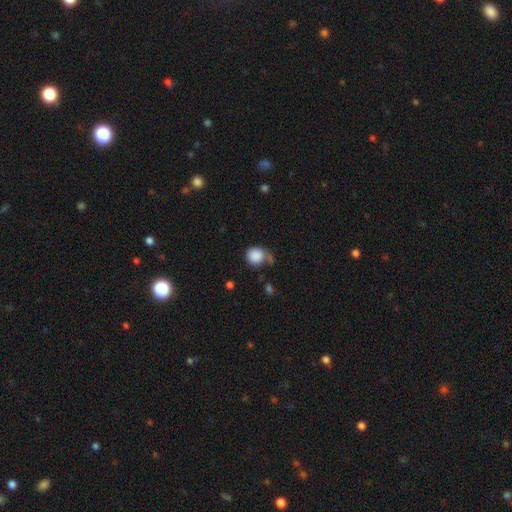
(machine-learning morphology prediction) This is clearly a smooth galaxy (87%). How rounded: clearly round (86%). Merging: possibly none (50%).